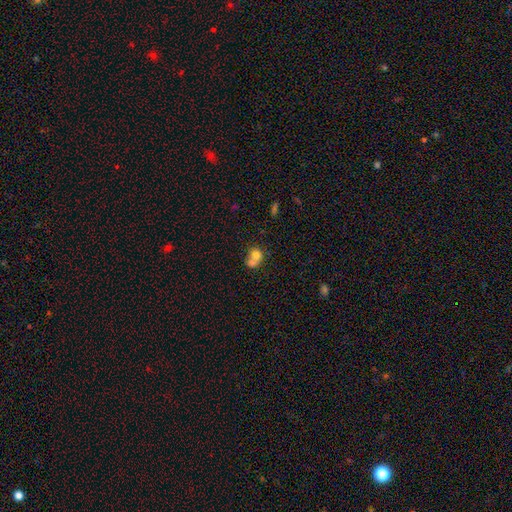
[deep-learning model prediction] Smooth or featured?
  - smooth: 73% *
  - featured or disk: 17%
  - star or artifact: 10%
How rounded?
  - round: 73% *
  - in between: 26%
  - cigar-shaped: 1%
Merging?
  - merger: 62% *
  - none: 28%
  - minor disturbance: 7%
  - major disturbance: 4%